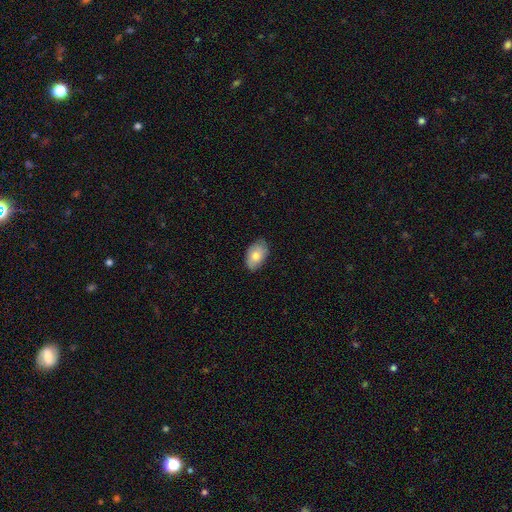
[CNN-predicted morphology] A smooth galaxy with no disk features (78%) that is in between round and cigar-shaped (91%). Merging: none (78%).